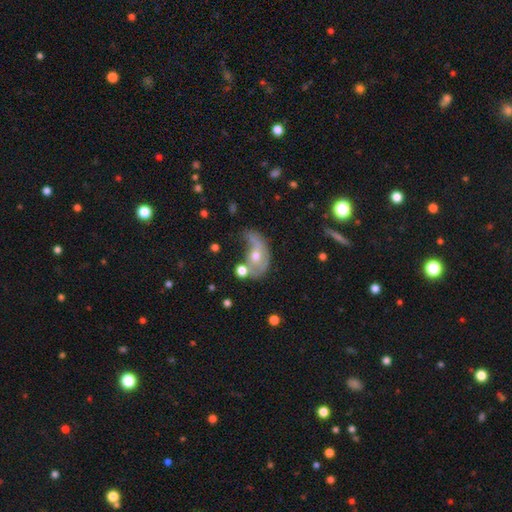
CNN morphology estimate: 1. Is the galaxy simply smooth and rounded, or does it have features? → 50% featured or disk, 40% smooth, 10% star or artifact.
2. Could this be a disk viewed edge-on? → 93% no, 7% yes.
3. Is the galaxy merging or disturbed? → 40% major disturbance, 21% none, 20% minor disturbance, 19% merger.